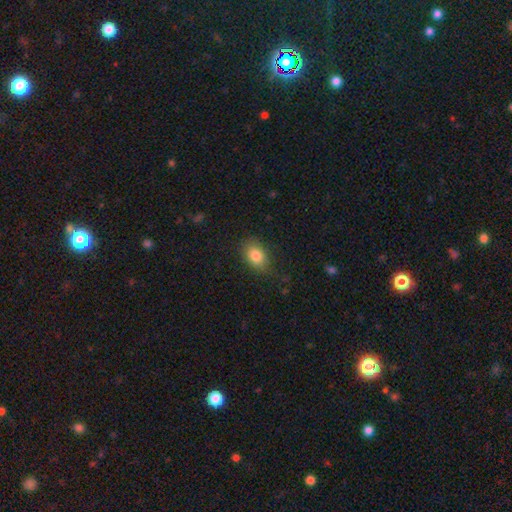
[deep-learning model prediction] Q: Smooth or featured?
A: smooth (84%); runner-up: star or artifact (8%)
Q: How rounded?
A: in between (77%); runner-up: round (22%)
Q: Merging?
A: none (76%); runner-up: minor disturbance (18%)